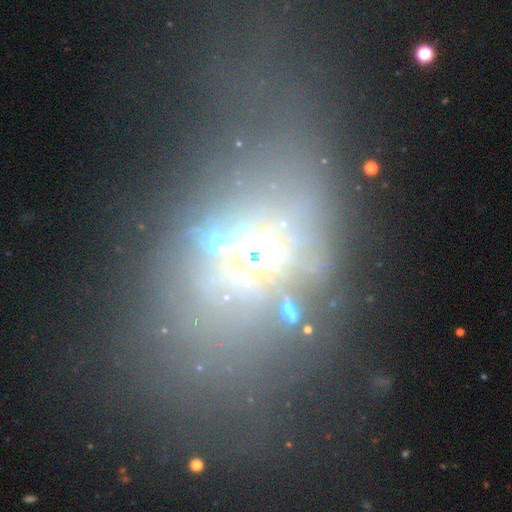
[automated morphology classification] smooth 37%, featured or disk 35%, star or artifact 28%. Down the decision tree: merging — major disturbance (34%).